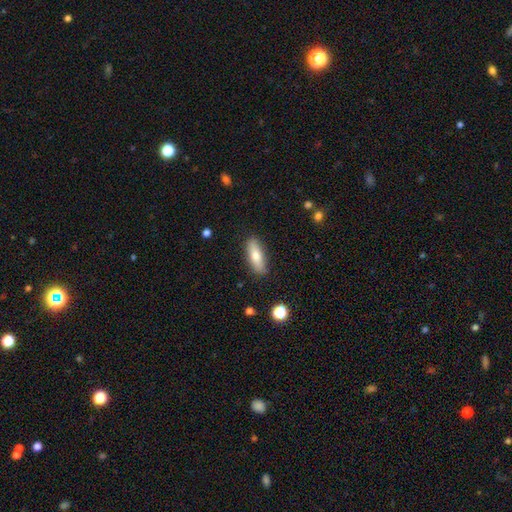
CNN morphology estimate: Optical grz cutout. It shows a smooth galaxy with no disk features (74%) that is in between round and cigar-shaped (57%). Merging: none (86%).